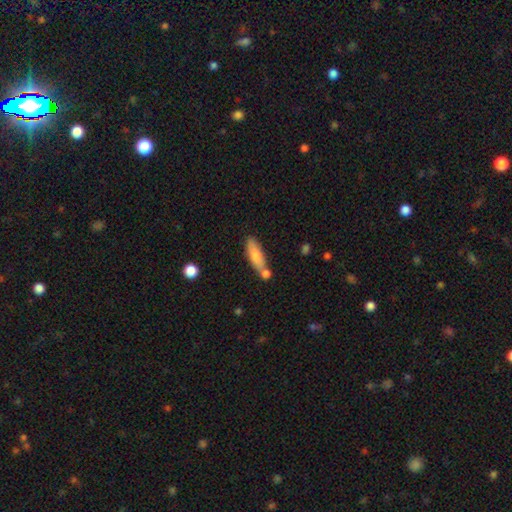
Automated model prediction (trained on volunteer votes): Smooth or featured?
  - smooth: 76% *
  - featured or disk: 18%
  - star or artifact: 6%
How rounded?
  - cigar-shaped: 53% *
  - in between: 45%
  - round: 2%
Merging?
  - none: 58% *
  - merger: 23%
  - minor disturbance: 15%
  - major disturbance: 4%